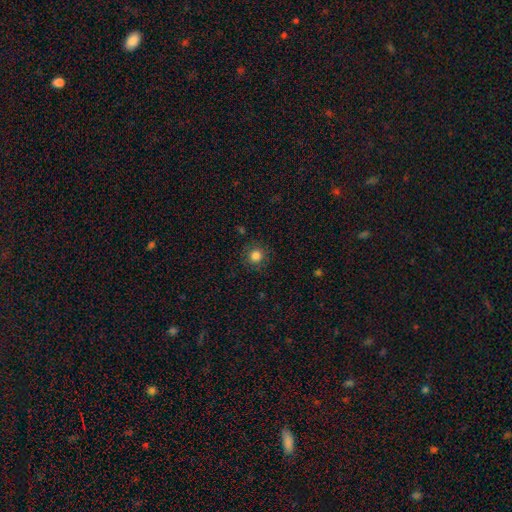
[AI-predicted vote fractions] A smooth galaxy with no disk features (83%) that is round (93%). Merging: none (88%).